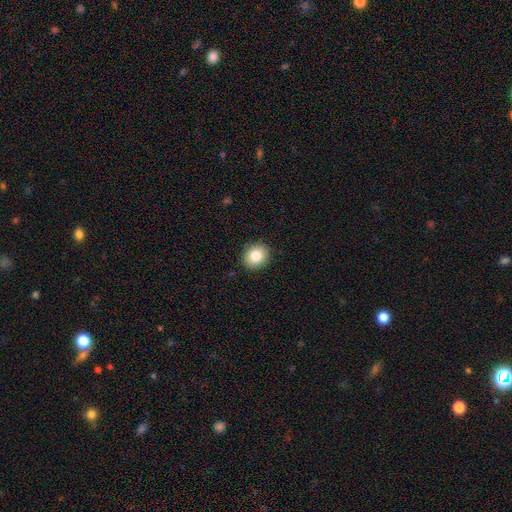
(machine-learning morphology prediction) smooth-or-featured: smooth: 82% | star or artifact: 9% | featured or disk: 9%
  how-rounded: round: 71% | in between: 28% | cigar-shaped: 1%
  merging: none: 90% | minor disturbance: 7% | major disturbance: 2% | merger: 1%